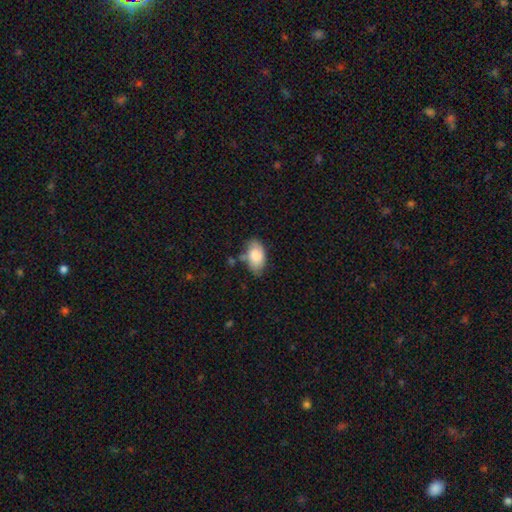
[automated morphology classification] smooth-or-featured: smooth: 77% | featured or disk: 16% | star or artifact: 7%
  how-rounded: in between: 93% | round: 5% | cigar-shaped: 2%
  merging: none: 59% | minor disturbance: 28% | major disturbance: 7% | merger: 7%